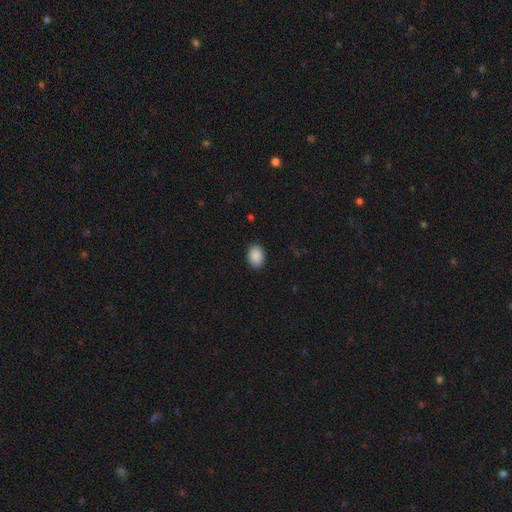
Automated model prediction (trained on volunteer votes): This appears to be a smooth galaxy with no disk features (90%) that is in between round and cigar-shaped (72%). Merging: none (89%).